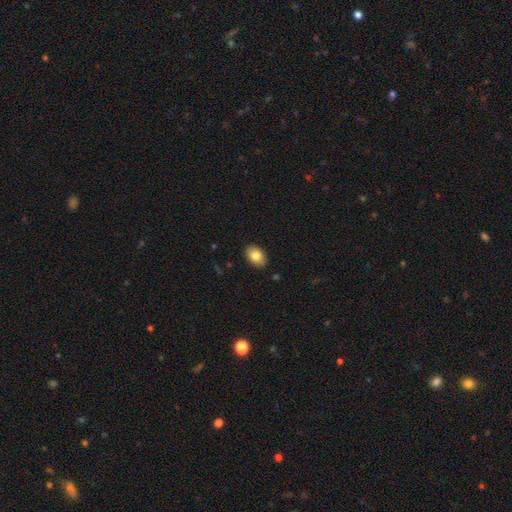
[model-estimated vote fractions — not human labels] This appears to be a smooth galaxy with no disk features (81%) that is in between round and cigar-shaped (84%). Merging: none (89%).